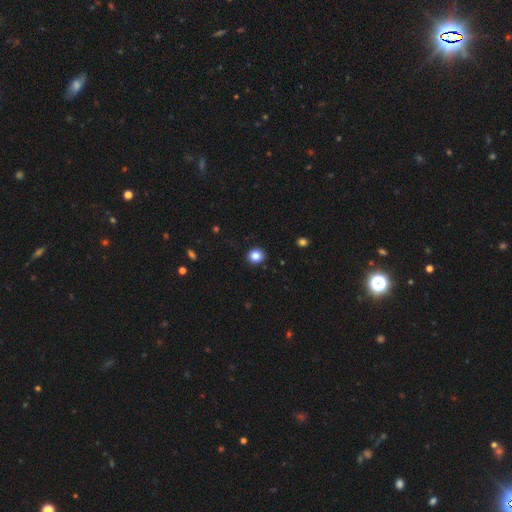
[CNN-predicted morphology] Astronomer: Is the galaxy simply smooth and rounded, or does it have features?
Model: smooth — 84%.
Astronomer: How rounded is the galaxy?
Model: round — 85%.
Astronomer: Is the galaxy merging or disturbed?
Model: none — 92%.